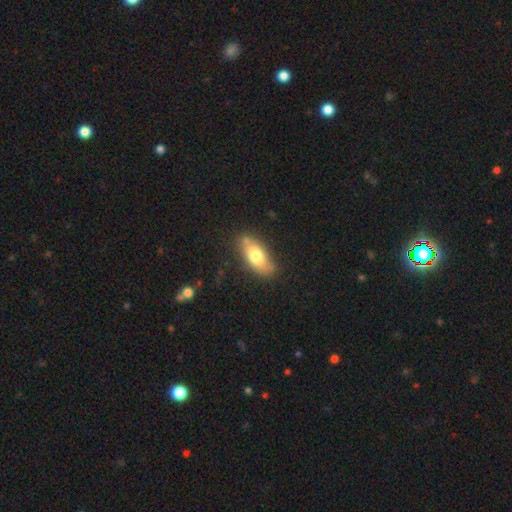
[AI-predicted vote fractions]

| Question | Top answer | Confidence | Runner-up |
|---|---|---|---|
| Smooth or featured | smooth | 71% | featured or disk (22%) |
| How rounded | in between | 83% | cigar-shaped (14%) |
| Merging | none | 75% | minor disturbance (16%) |